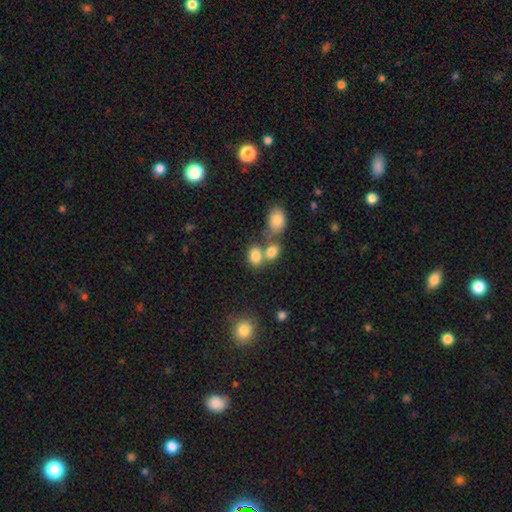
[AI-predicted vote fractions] smooth-or-featured: smooth: 81% | star or artifact: 11% | featured or disk: 9%
  how-rounded: in between: 73% | round: 26% | cigar-shaped: 1%
  merging: merger: 46% | none: 39% | minor disturbance: 10% | major disturbance: 5%